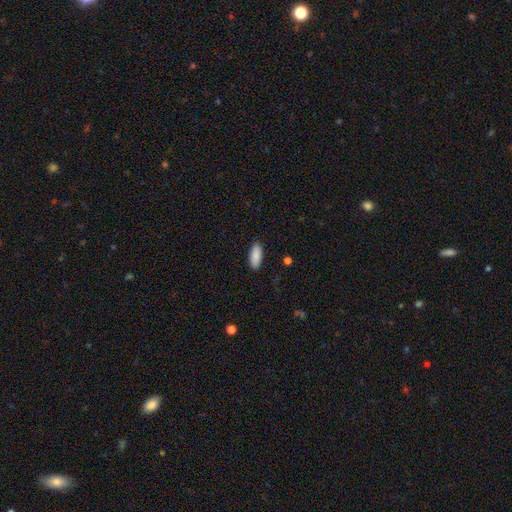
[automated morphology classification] Smooth or featured? Predicted: smooth (p=0.90). How rounded? Predicted: in between (p=0.80). Merging? Predicted: none (p=0.89).